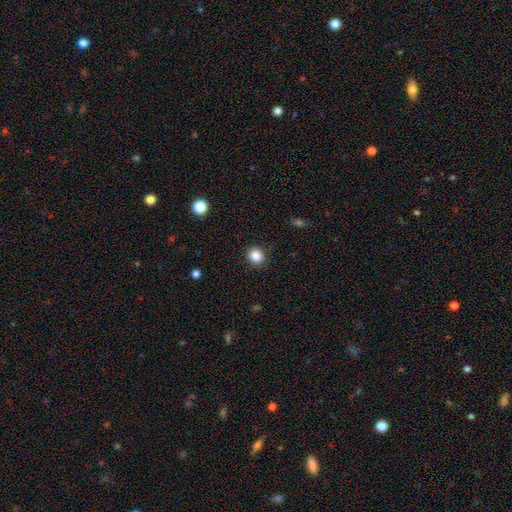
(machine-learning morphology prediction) smooth-or-featured: smooth: 86% | star or artifact: 10% | featured or disk: 4%
  how-rounded: round: 86% | in between: 13% | cigar-shaped: 1%
  merging: none: 90% | minor disturbance: 7% | major disturbance: 2% | merger: 1%